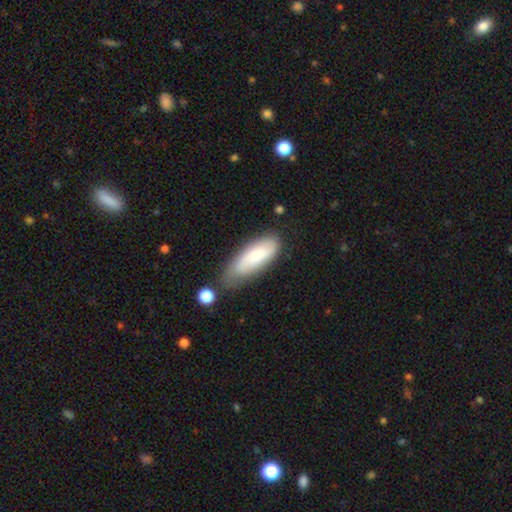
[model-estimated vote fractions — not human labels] A smooth galaxy with no disk features (65%) that is in between round and cigar-shaped (69%). Merging: none (51%).